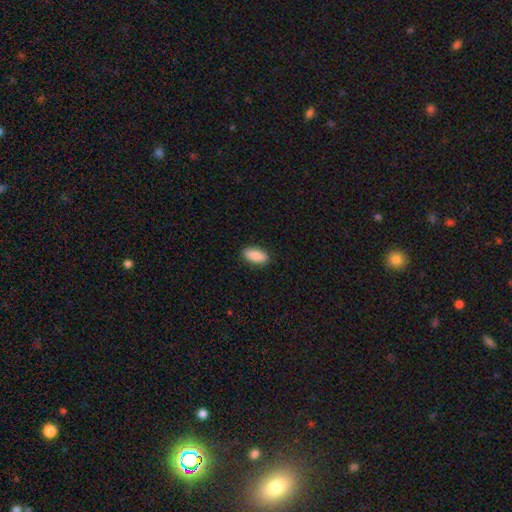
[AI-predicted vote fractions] Smooth or featured? smooth (88%)
How rounded? in between (90%)
Merging? none (90%)